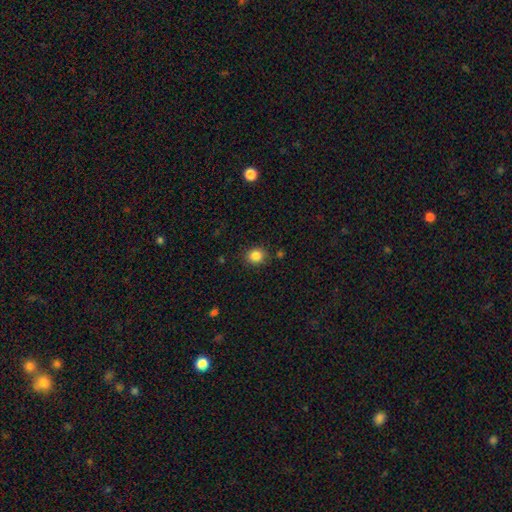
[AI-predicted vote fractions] A smooth galaxy with no disk features (85%) that is round (75%).

Vote fractions:
- Smooth or featured? smooth: 85% / star or artifact: 10% / featured or disk: 4%
- How rounded? round: 75% / in between: 24% / cigar-shaped: 1%
- Merging? none: 84% / minor disturbance: 10% / major disturbance: 3% / merger: 3%